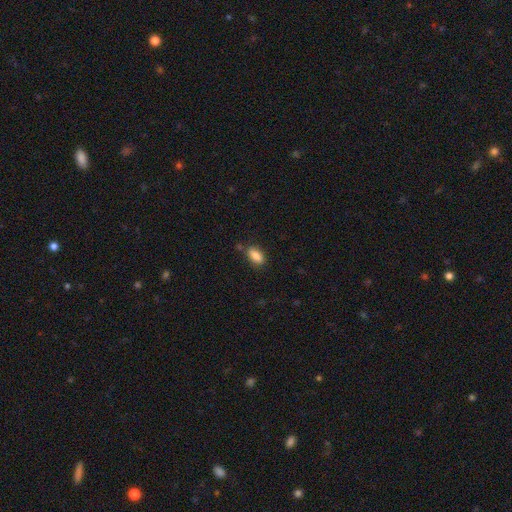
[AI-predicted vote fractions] Smooth or featured?
  - smooth: 86% *
  - star or artifact: 8%
  - featured or disk: 6%
How rounded?
  - in between: 87% *
  - cigar-shaped: 9%
  - round: 4%
Merging?
  - none: 75% *
  - minor disturbance: 16%
  - merger: 5%
  - major disturbance: 3%